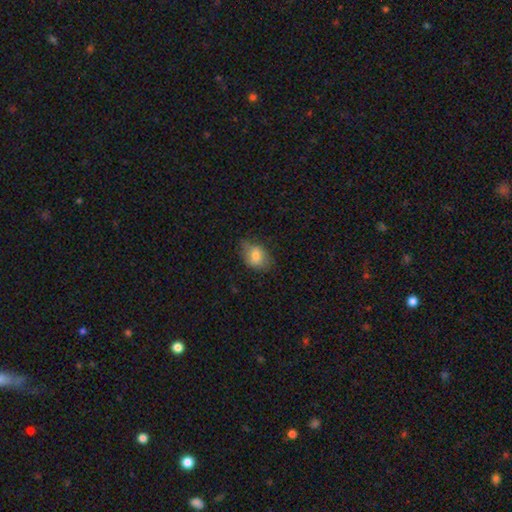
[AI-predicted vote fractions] Q: Smooth or featured?
A: smooth (74%); runner-up: featured or disk (17%)
Q: How rounded?
A: in between (69%); runner-up: round (30%)
Q: Merging?
A: none (61%); runner-up: minor disturbance (30%)